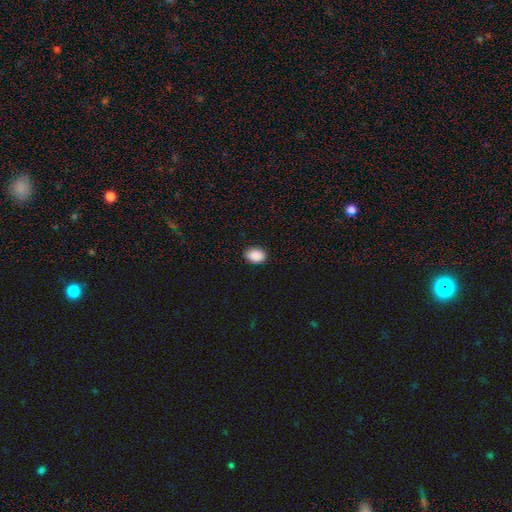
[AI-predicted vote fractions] Q: Smooth or featured?
A: smooth (90%); runner-up: star or artifact (8%)
Q: How rounded?
A: in between (77%); runner-up: round (22%)
Q: Merging?
A: none (90%); runner-up: minor disturbance (8%)